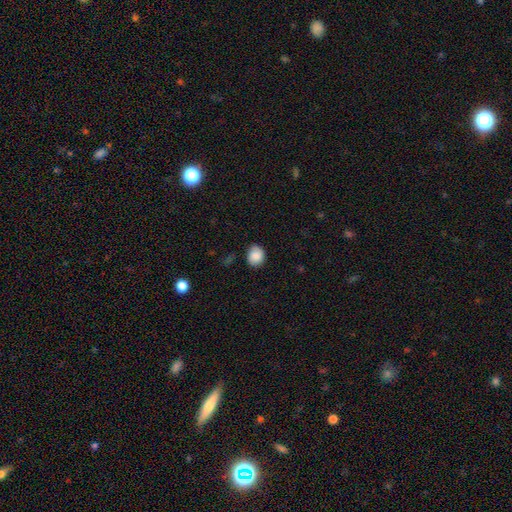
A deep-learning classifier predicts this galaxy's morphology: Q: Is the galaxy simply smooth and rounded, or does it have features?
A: smooth — 86%.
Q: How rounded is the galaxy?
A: round — 71%.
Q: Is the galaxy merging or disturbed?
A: none — 79%.